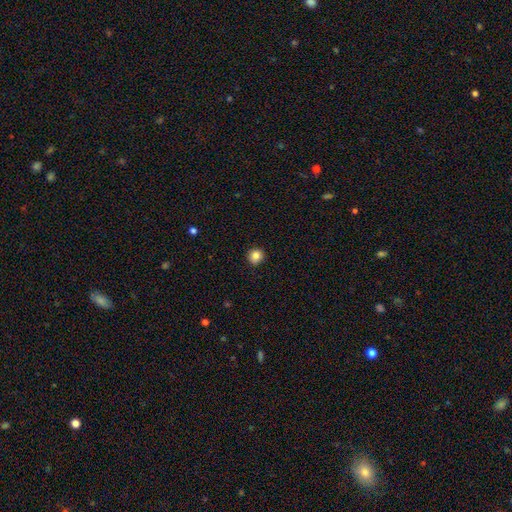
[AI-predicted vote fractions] Morphology: type=smooth (84%); roundness=round (94%); merging=none (92%).